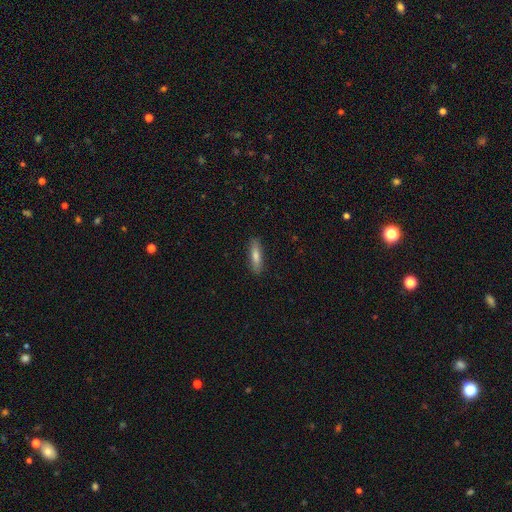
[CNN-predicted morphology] Smooth or featured? Predicted: smooth (p=0.72). How rounded? Predicted: cigar-shaped (p=0.73). Merging? Predicted: none (p=0.88).